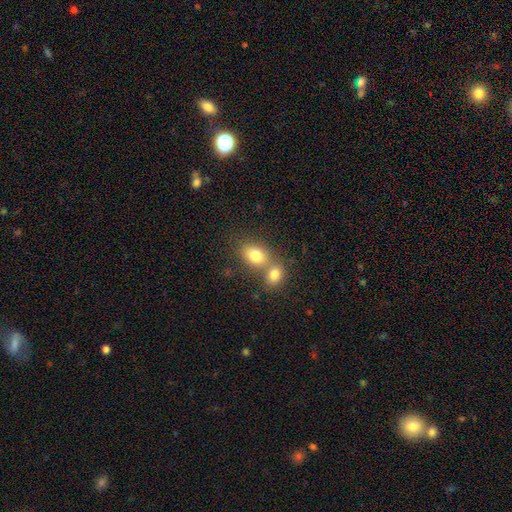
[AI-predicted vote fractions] Smooth or featured? Predicted: smooth (p=0.80). How rounded? Predicted: in between (p=0.73). Merging? Predicted: merger (p=0.51).